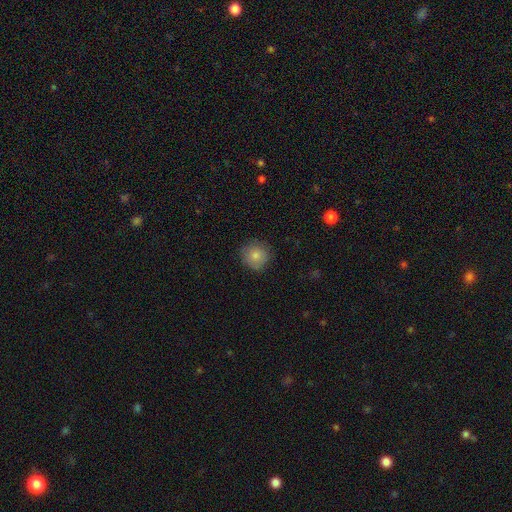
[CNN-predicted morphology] A smooth galaxy with no disk features (83%) that is round (93%).

Vote fractions:
- Smooth or featured? smooth: 83% / featured or disk: 9% / star or artifact: 9%
- How rounded? round: 93% / in between: 6% / cigar-shaped: 1%
- Merging? none: 84% / minor disturbance: 12% / major disturbance: 3% / merger: 1%